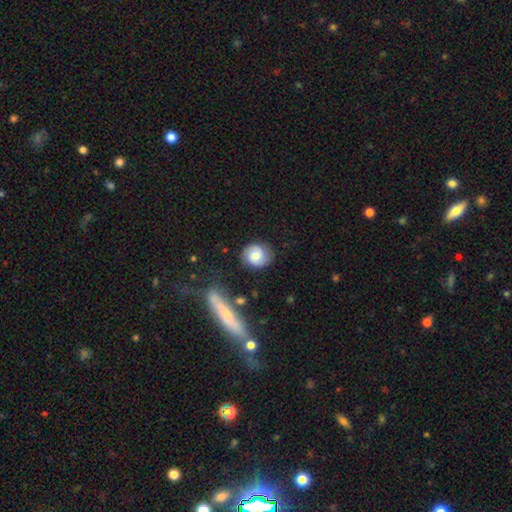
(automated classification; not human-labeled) Q: Smooth or featured?
A: smooth (54%); runner-up: featured or disk (38%)
Q: How rounded?
A: round (79%); runner-up: in between (20%)
Q: Merging?
A: none (78%); runner-up: minor disturbance (15%)